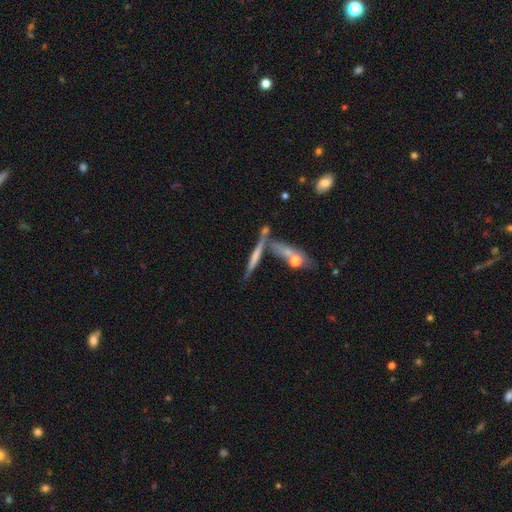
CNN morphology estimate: Q: Smooth or featured?
A: featured or disk (50%); runner-up: smooth (41%)
Q: Merging?
A: none (58%); runner-up: merger (24%)